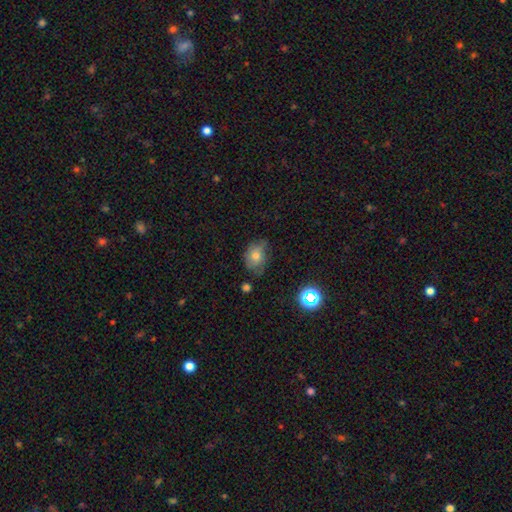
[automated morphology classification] smooth_or_featured: smooth (p=0.67) [alt: featured or disk p=0.19]
how_rounded: in between (p=0.60) [alt: round p=0.39]
merging: none (p=0.51) [alt: minor disturbance p=0.35]